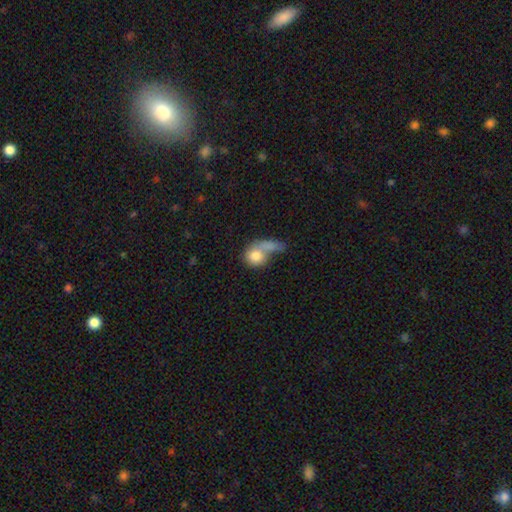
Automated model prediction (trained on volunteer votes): smooth-or-featured: smooth: 74% | featured or disk: 19% | star or artifact: 7%
  how-rounded: round: 65% | in between: 32% | cigar-shaped: 3%
  merging: merger: 42% | major disturbance: 24% | none: 22% | minor disturbance: 12%